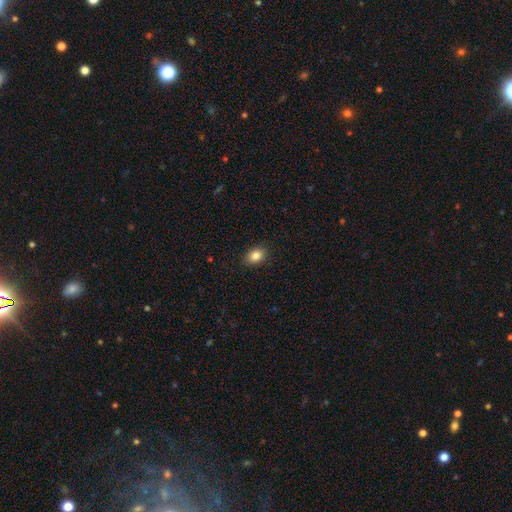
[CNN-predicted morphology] Smooth or featured? smooth (85%)
How rounded? in between (78%)
Merging? none (88%)